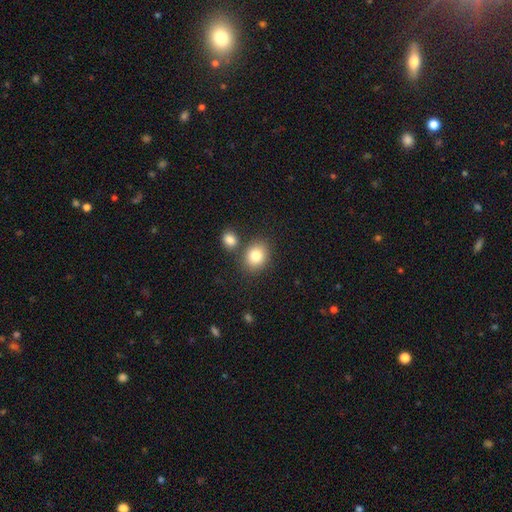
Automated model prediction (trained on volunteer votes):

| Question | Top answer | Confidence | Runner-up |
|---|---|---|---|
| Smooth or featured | smooth | 82% | star or artifact (9%) |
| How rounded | round | 53% | in between (47%) |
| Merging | none | 71% | merger (16%) |